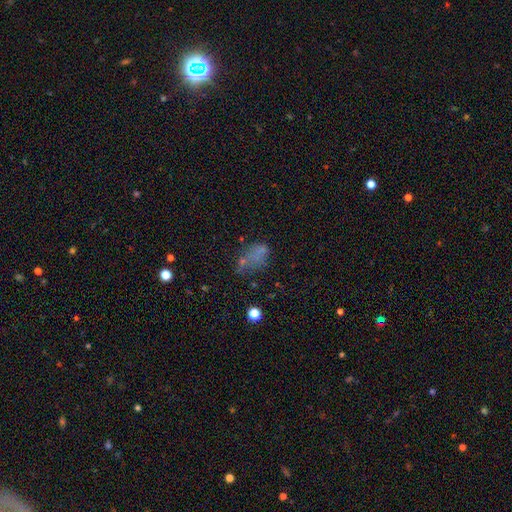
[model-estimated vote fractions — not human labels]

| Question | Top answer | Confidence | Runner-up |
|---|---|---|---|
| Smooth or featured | smooth | 48% | featured or disk (27%) |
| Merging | none | 43% | major disturbance (23%) |